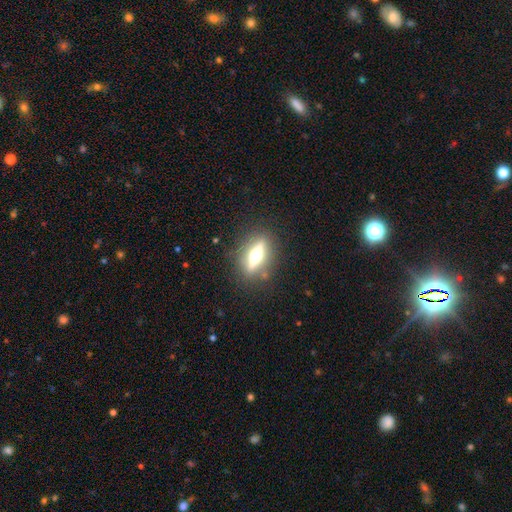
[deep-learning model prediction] Smooth or featured?
  - featured or disk: 70% *
  - smooth: 22%
  - star or artifact: 8%
Edge-on disk?
  - yes: 89% *
  - no: 11%
Edge-on bulge?
  - rounded: 95% *
  - boxy: 3%
  - none: 2%
Merging?
  - none: 86% *
  - minor disturbance: 8%
  - major disturbance: 4%
  - merger: 2%